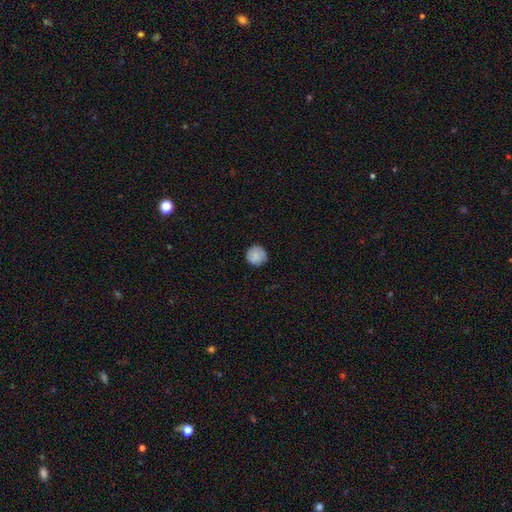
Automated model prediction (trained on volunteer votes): Smooth or featured? smooth (80%)
How rounded? round (93%)
Merging? none (82%)